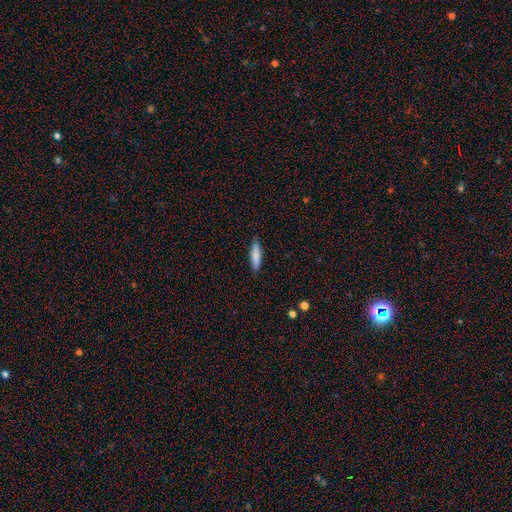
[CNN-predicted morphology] This is clearly a smooth galaxy (82%). How rounded: likely cigar-shaped (76%). Merging: clearly none (87%).